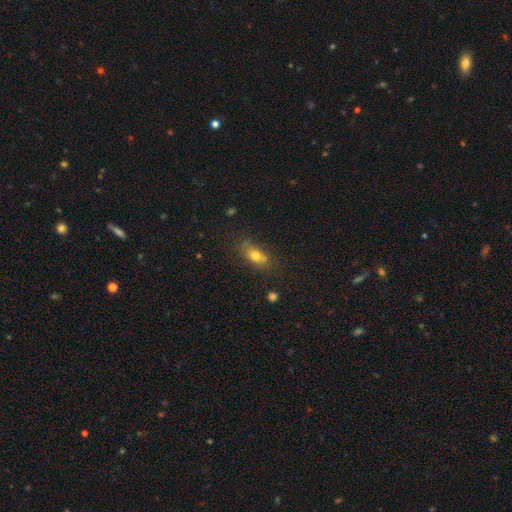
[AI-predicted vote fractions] Smooth or featured? Predicted: smooth (p=0.71). How rounded? Predicted: in between (p=0.74). Merging? Predicted: none (p=0.63).